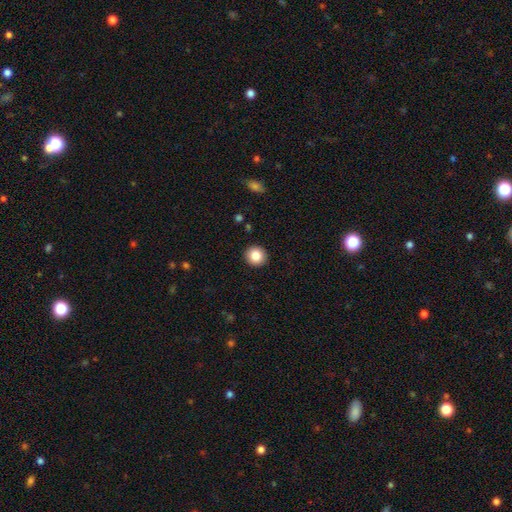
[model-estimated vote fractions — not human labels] Morphology: type=smooth (86%); roundness=round (91%); merging=none (92%).